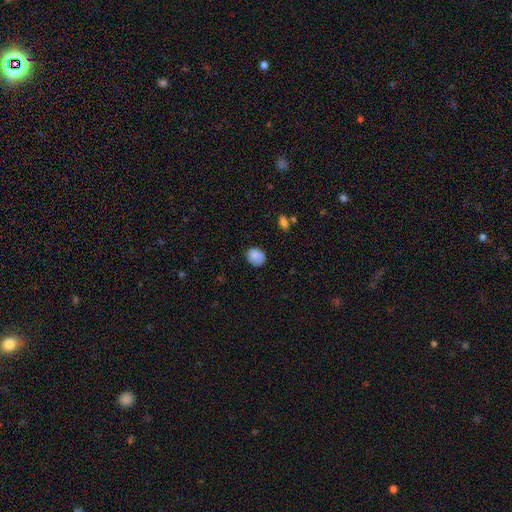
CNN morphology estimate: Overall: smooth (85%). How rounded: round (65%; in between 34%). Merging: none (73%).